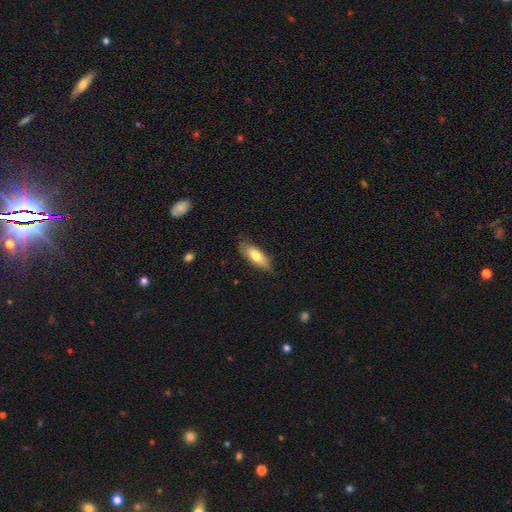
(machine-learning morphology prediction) smooth-or-featured: smooth: 73% | featured or disk: 21% | star or artifact: 6%
  how-rounded: in between: 68% | cigar-shaped: 30% | round: 2%
  merging: none: 77% | minor disturbance: 18% | major disturbance: 3% | merger: 1%